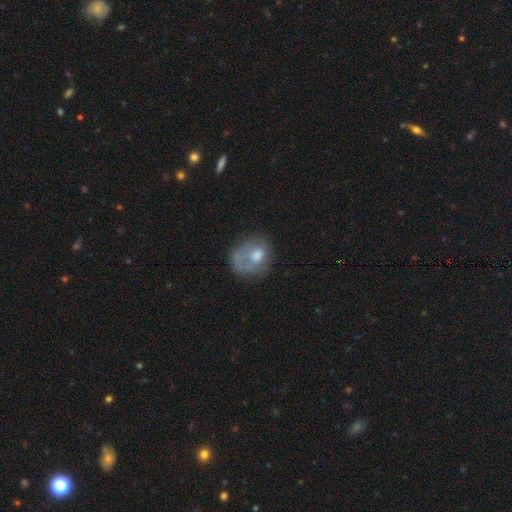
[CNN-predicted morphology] Q: Smooth or featured?
A: smooth (49%); runner-up: featured or disk (42%)
Q: Merging?
A: none (40%); runner-up: major disturbance (33%)